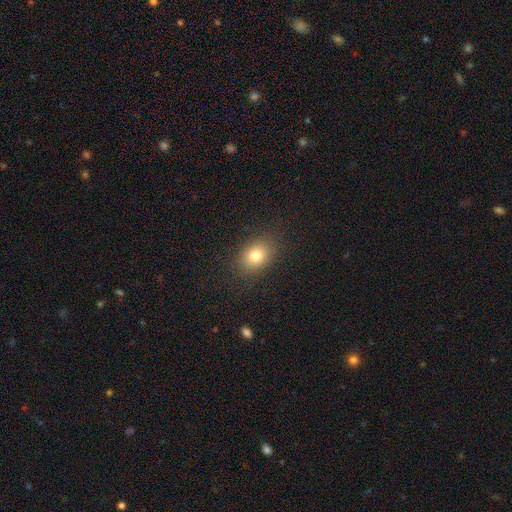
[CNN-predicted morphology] smooth 78%, star or artifact 12%, featured or disk 10%. Down the decision tree: how rounded — in between (63%); merging — none (86%).